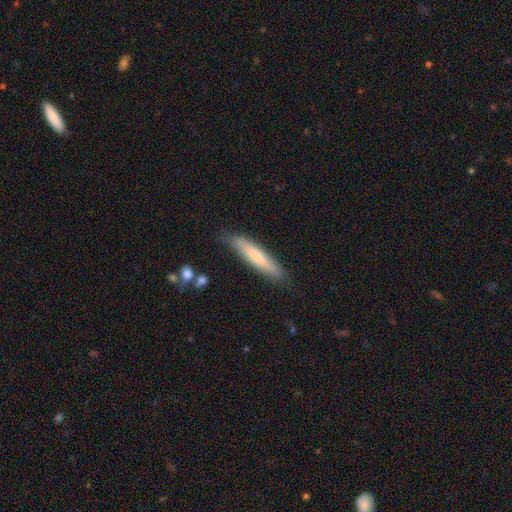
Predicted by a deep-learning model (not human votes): Smooth or featured? Predicted: smooth (p=0.74). How rounded? Predicted: cigar-shaped (p=0.88). Merging? Predicted: none (p=0.84).